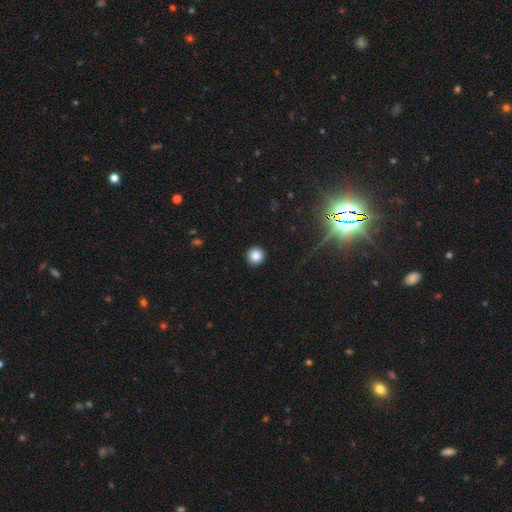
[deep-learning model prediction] A smooth galaxy with no disk features (84%) that is round (96%). Merging: none (93%).